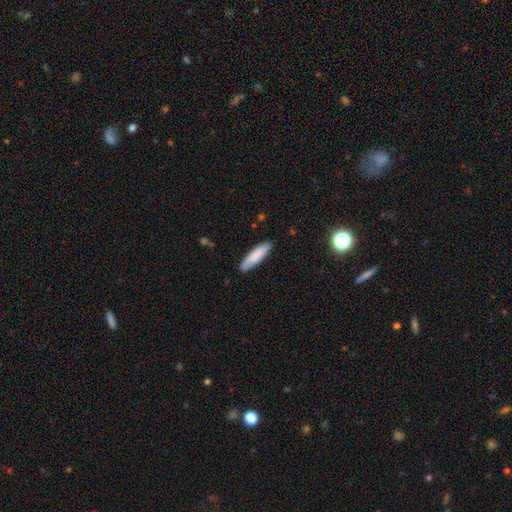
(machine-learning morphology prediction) A smooth galaxy with no disk features (83%) that is cigar-shaped (67%).

Vote fractions:
- Smooth or featured? smooth: 83% / featured or disk: 12% / star or artifact: 5%
- How rounded? cigar-shaped: 67% / in between: 31% / round: 1%
- Merging? none: 86% / minor disturbance: 11% / major disturbance: 2% / merger: 1%